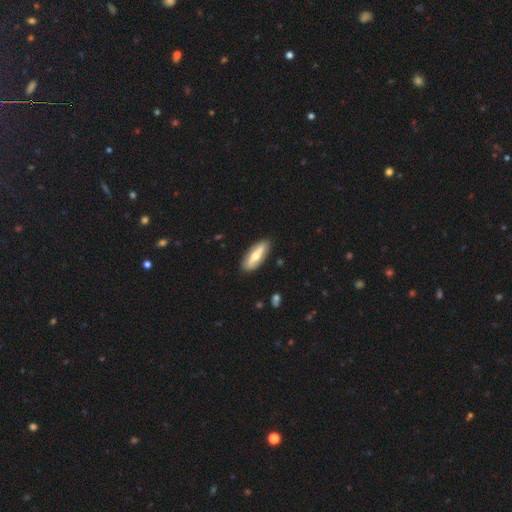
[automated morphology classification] This appears to be a featured or disk galaxy (53%). Merging: none (87%).